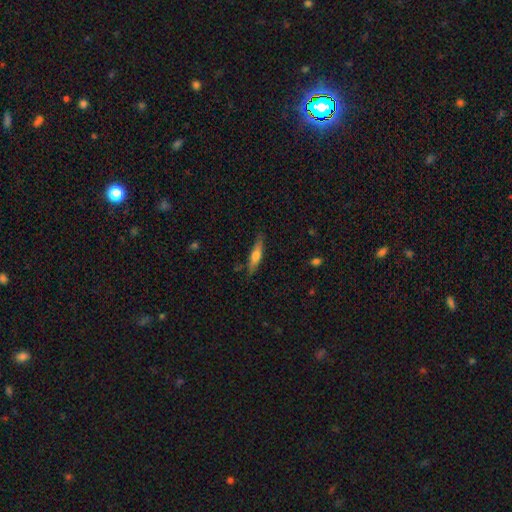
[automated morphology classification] A featured or disk galaxy (47%, tied with smooth).

Vote fractions:
- Smooth or featured? featured or disk: 47% (tied) / smooth: 47% (tied) / star or artifact: 6%
- Merging? none: 82% / minor disturbance: 14% / major disturbance: 3% / merger: 2%